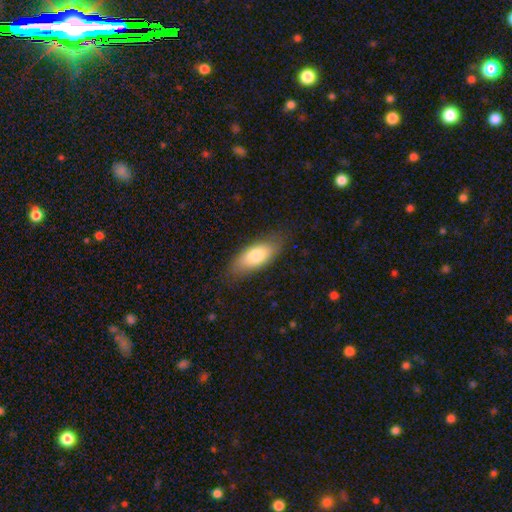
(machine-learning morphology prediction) Smooth or featured: smooth — 77% (featured or disk — 17%)
How rounded: in between — 86% (cigar-shaped — 11%)
Merging: none — 79% (minor disturbance — 16%)